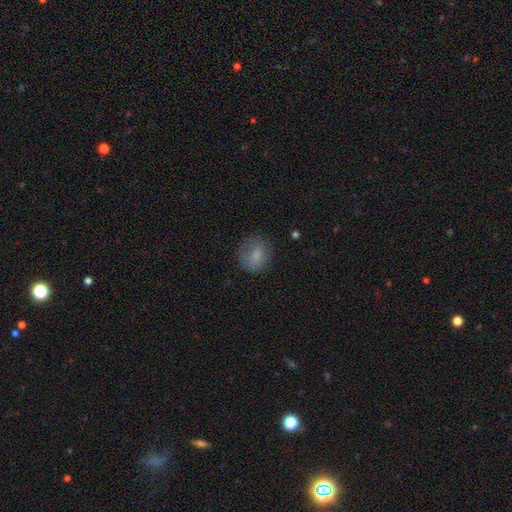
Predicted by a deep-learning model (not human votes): smooth_or_featured: smooth (p=0.79) [alt: featured or disk p=0.11]
how_rounded: round (p=0.71) [alt: in between p=0.28]
merging: none (p=0.75) [alt: minor disturbance p=0.17]